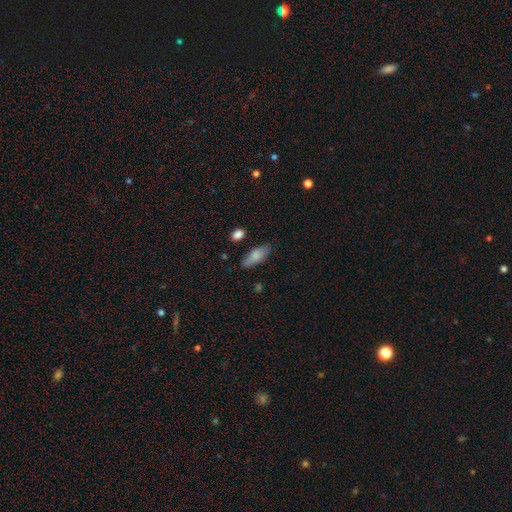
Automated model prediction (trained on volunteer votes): Smooth or featured? smooth (79%)
How rounded? in between (75%)
Merging? none (73%)